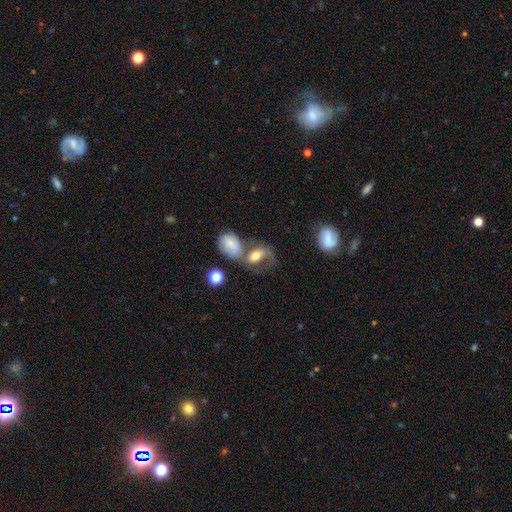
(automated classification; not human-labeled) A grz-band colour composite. It shows a smooth galaxy with no disk features (50%). Merging: merger (42%).